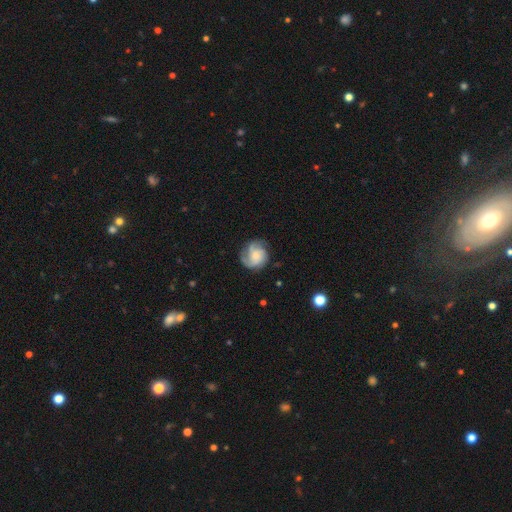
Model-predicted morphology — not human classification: This is likely a featured or disk galaxy (68%). It is clearly not viewed edge-on (98%). Bar: likely no (73%). Spiral arm pattern: clearly yes (93%). Spiral arm count: marginally 3 (44%). Spiral winding: marginally tight (43%). Central bulge: marginally small (36%). Merging: likely none (69%).